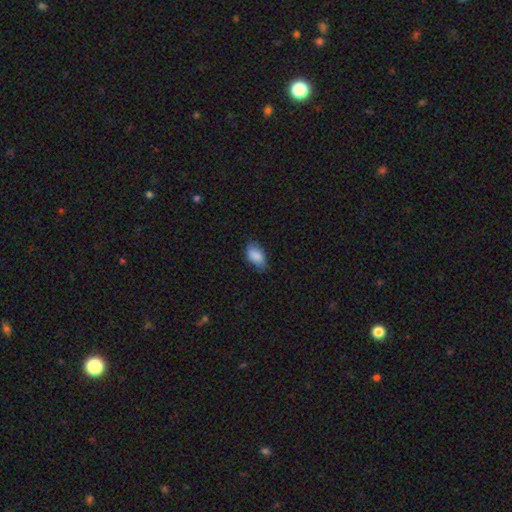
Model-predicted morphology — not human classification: Overall: smooth (87%). How rounded: in between (92%). Merging: none (72%).